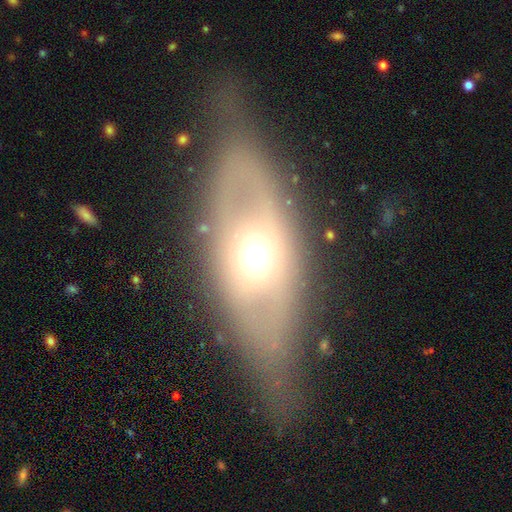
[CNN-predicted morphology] featured or disk 49%, smooth 40%, star or artifact 11%. Down the decision tree: merging — none (79%).